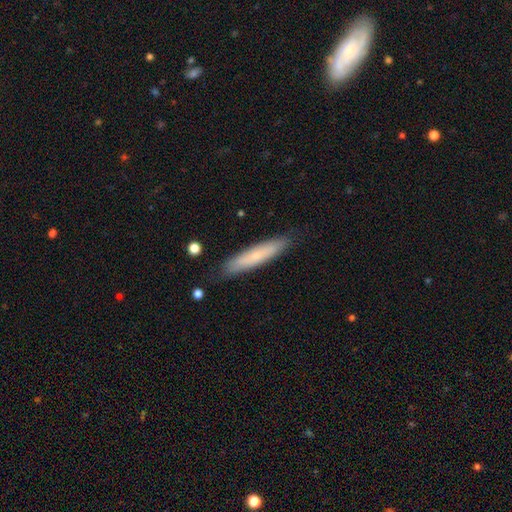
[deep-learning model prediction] A smooth galaxy with no disk features (66%) that is cigar-shaped (87%). Merging: none (85%).